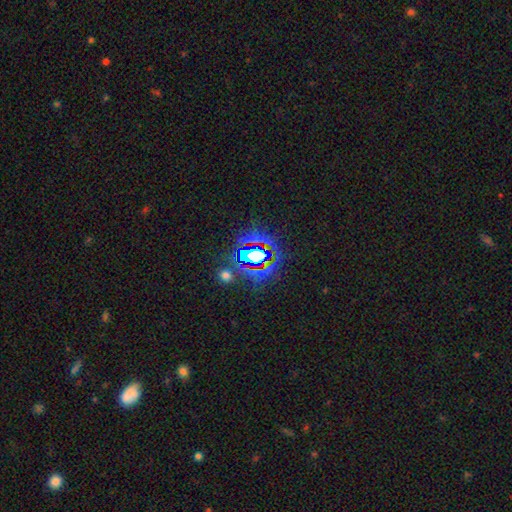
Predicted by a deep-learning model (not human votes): Smooth or featured? Predicted: star or artifact (p=0.70).